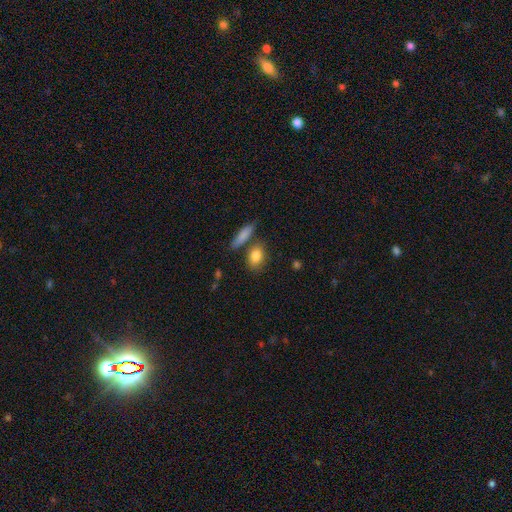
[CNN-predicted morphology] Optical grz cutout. It shows a smooth galaxy with no disk features (84%) that is in between round and cigar-shaped (67%). Merging: none (70%).